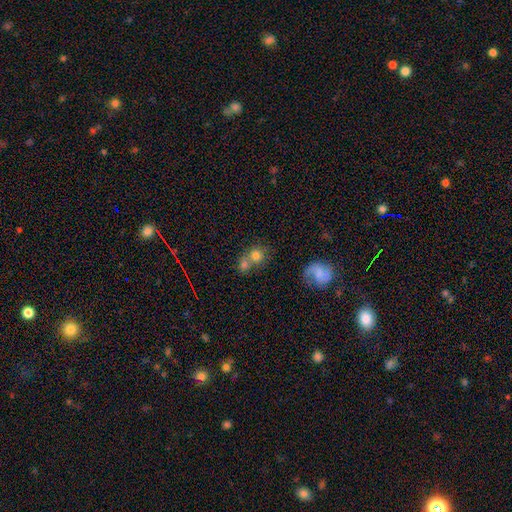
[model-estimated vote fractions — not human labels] Overall: smooth (74%). How rounded: round (82%). Merging: merger (52%; none 36%).